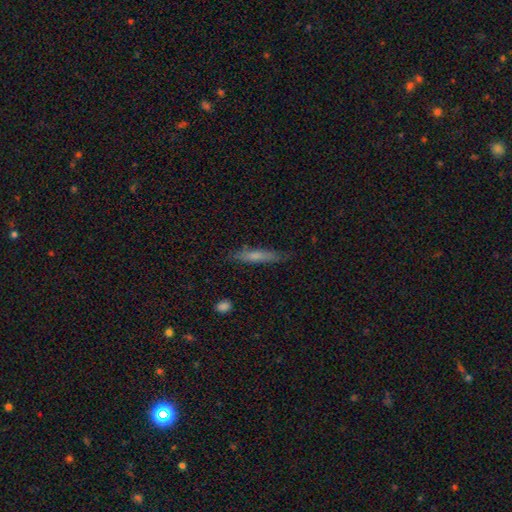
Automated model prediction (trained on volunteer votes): A smooth galaxy with no disk features (63%) that is cigar-shaped (89%).

Vote fractions:
- Smooth or featured? smooth: 63% / featured or disk: 29% / star or artifact: 7%
- How rounded? cigar-shaped: 89% / in between: 9% / round: 2%
- Merging? none: 81% / minor disturbance: 15% / major disturbance: 3% / merger: 2%